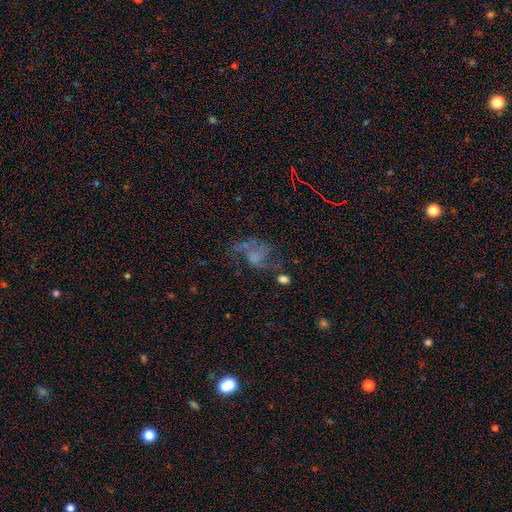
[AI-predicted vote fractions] The model was most divided on "merging": major disturbance: 39%, none: 36%, minor disturbance: 18%, merger: 7%. More confident: edge-on disk — no (97%); bar — no (74%); bulge size — none (67%); spiral arms — yes (61%); smooth or featured — featured or disk (55%).